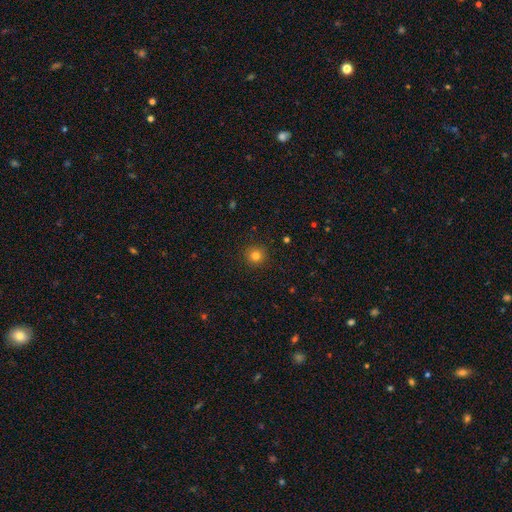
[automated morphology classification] type=smooth (81%); roundness=round (95%); merging=none (92%).